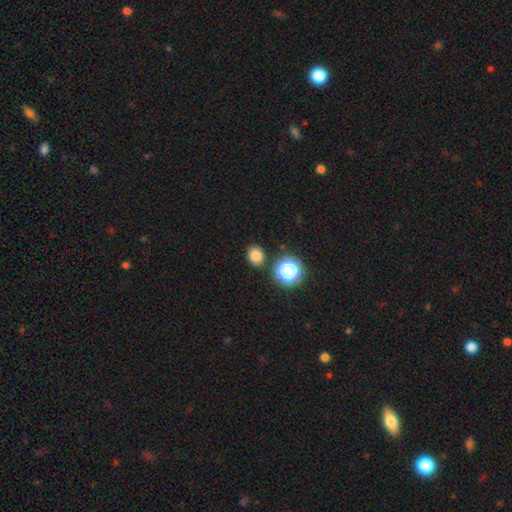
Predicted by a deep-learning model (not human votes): The model was most divided on "how rounded": round: 58%, in between: 41%, cigar-shaped: 1%. More confident: merging — none (85%); smooth or featured — smooth (79%).